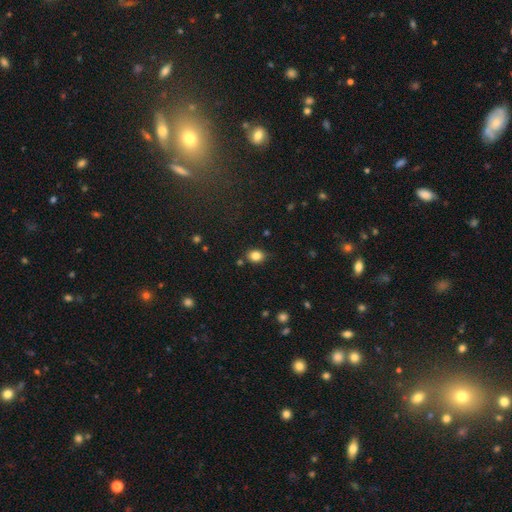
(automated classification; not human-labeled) Overall: smooth (84%). How rounded: in between (53%; round 46%). Merging: none (79%).